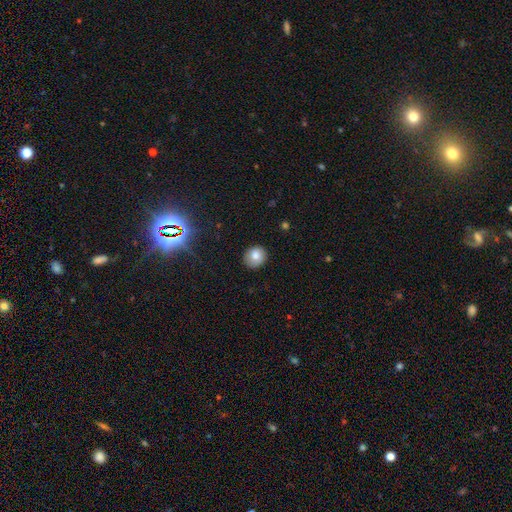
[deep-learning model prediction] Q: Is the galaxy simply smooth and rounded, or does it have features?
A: smooth — 80%.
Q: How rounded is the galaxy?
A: round — 77%.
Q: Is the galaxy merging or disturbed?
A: none — 84%.